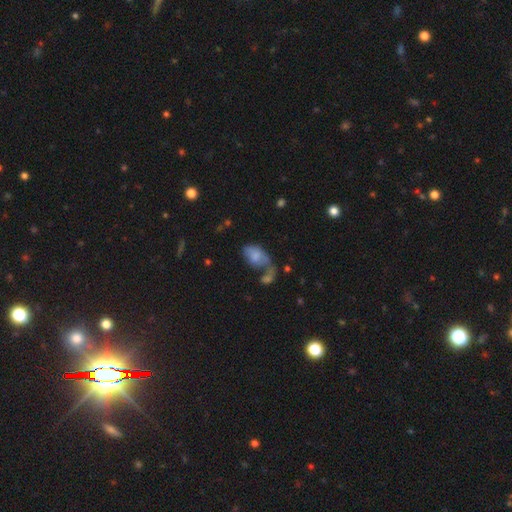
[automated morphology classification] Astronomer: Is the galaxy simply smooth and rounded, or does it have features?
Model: smooth — 65%.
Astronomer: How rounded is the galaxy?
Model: in between — 88%.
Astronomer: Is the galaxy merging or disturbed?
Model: major disturbance — 31% (runner-up: merger, 28%).